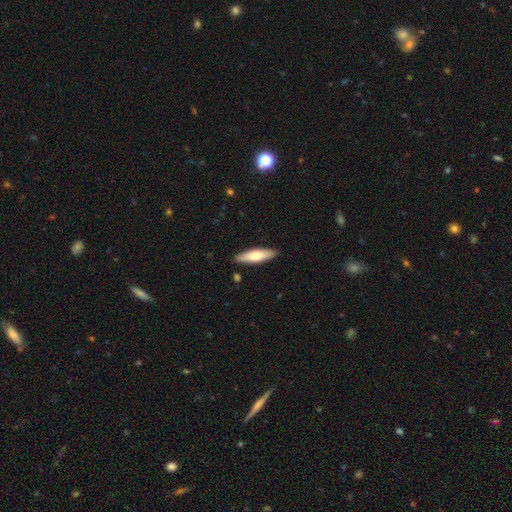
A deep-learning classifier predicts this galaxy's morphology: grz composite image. It shows a smooth galaxy with no disk features (65%) that is cigar-shaped (64%). Merging: none (89%).